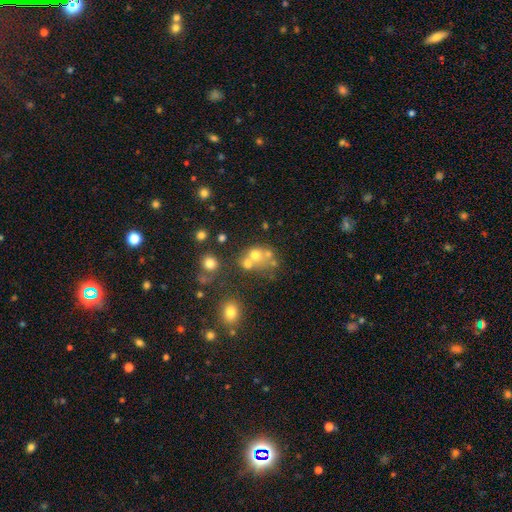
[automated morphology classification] smooth 59%, featured or disk 22%, star or artifact 18%. Down the decision tree: how rounded — round (70%); merging — merger (46%).